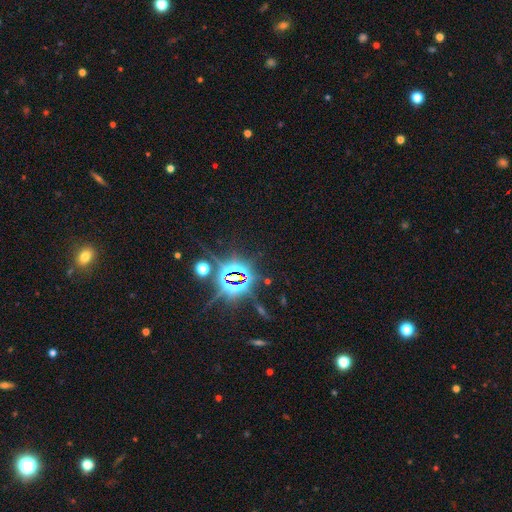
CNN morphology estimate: Smooth or featured? Predicted: star or artifact (p=0.81).